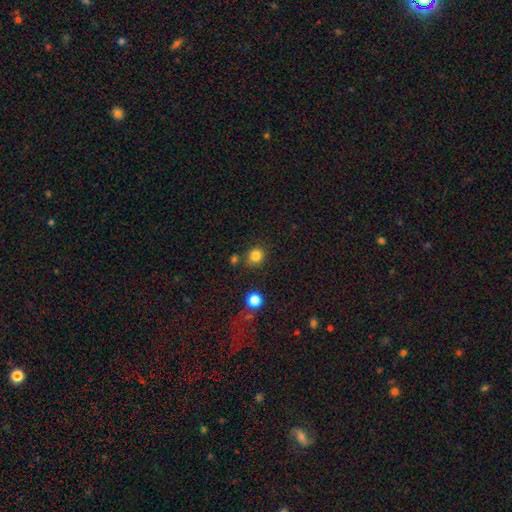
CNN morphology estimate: This appears to be a smooth galaxy with no disk features (83%) that is round (84%). Merging: none (79%).